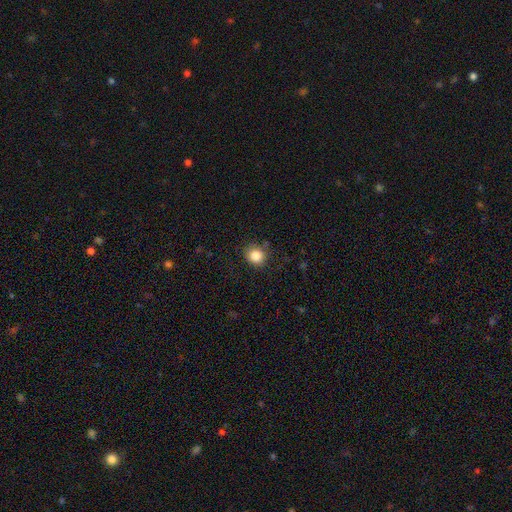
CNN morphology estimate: smooth-or-featured: smooth: 85% | star or artifact: 10% | featured or disk: 5%
  how-rounded: round: 83% | in between: 16% | cigar-shaped: 1%
  merging: none: 83% | minor disturbance: 12% | major disturbance: 3% | merger: 2%